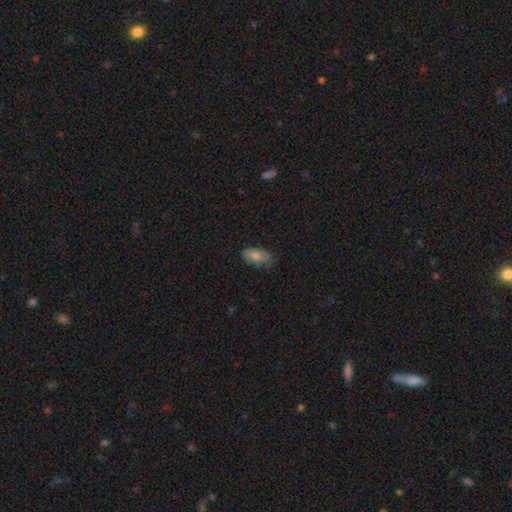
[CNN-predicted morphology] The model was most divided on "smooth or featured": smooth: 68%, featured or disk: 24%, star or artifact: 8%. More confident: how rounded — in between (90%); merging — none (73%).